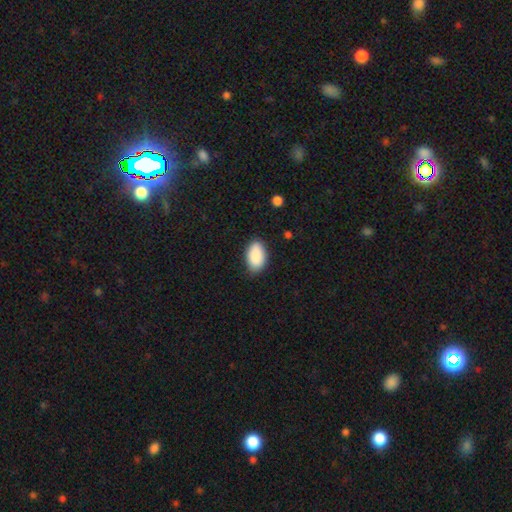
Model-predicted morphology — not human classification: smooth_or_featured: smooth (p=0.90) [alt: star or artifact p=0.07]
how_rounded: in between (p=0.94) [alt: round p=0.05]
merging: none (p=0.81) [alt: minor disturbance p=0.15]